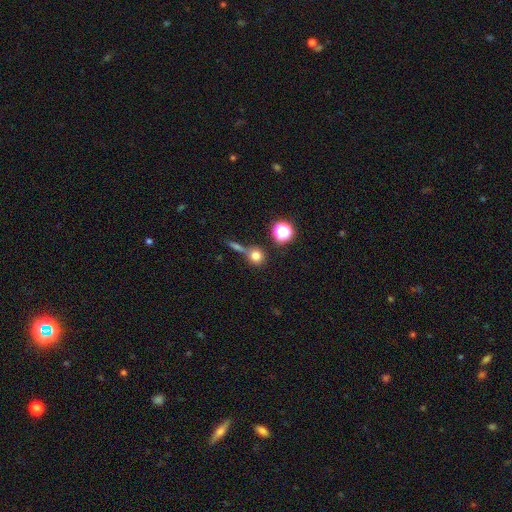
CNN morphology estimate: A smooth galaxy with no disk features (75%) that is round (86%).

Vote fractions:
- Smooth or featured? smooth: 75% / star or artifact: 16% / featured or disk: 9%
- How rounded? round: 86% / in between: 12% / cigar-shaped: 2%
- Merging? none: 60% / merger: 25% / minor disturbance: 10% / major disturbance: 5%